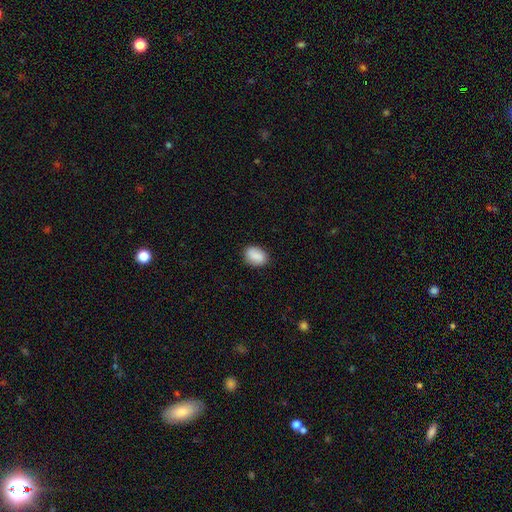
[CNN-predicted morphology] Smooth or featured? Predicted: smooth (p=0.88). How rounded? Predicted: in between (p=0.77). Merging? Predicted: none (p=0.84).